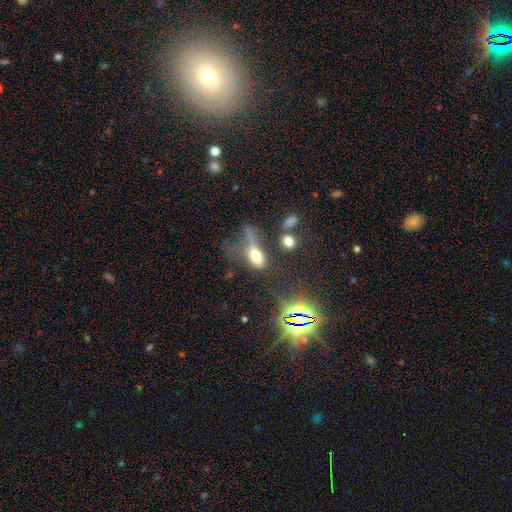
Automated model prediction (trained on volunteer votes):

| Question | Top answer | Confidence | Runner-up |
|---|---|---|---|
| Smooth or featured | smooth | 57% | featured or disk (27%) |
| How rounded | in between | 74% | cigar-shaped (17%) |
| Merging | major disturbance | 42% | none (23%) |